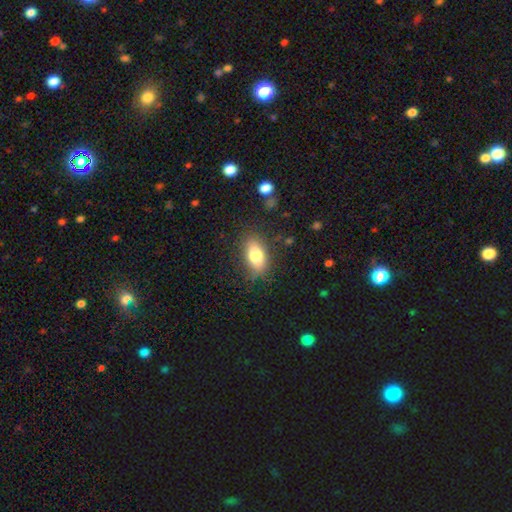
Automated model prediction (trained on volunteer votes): Overall: smooth (76%). How rounded: in between (86%). Merging: none (80%).